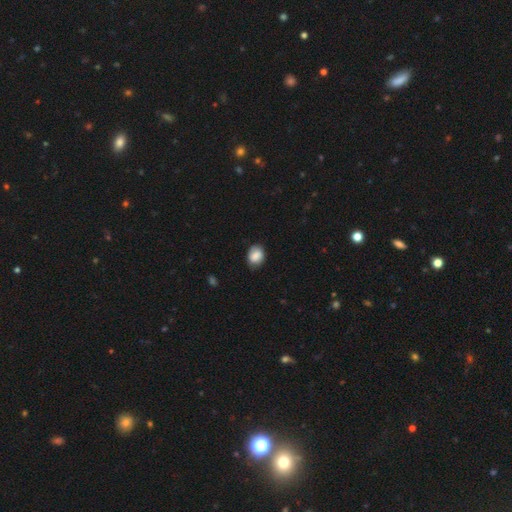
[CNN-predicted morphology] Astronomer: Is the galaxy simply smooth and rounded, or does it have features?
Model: smooth — 85%.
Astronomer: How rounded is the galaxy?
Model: in between — 58% (runner-up: round, 41%).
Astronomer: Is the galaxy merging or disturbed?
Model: none — 75%.